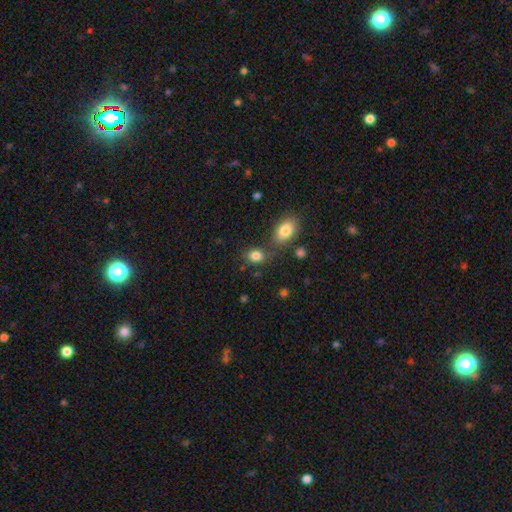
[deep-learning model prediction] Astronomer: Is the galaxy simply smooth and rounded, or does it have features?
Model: smooth — 83%.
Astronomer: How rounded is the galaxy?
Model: in between — 58% (runner-up: round, 41%).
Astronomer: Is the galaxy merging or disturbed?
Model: none — 61%.